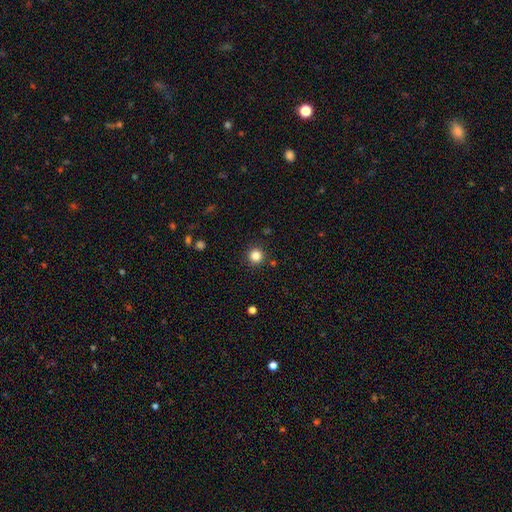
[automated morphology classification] Smooth or featured? smooth (84%)
How rounded? round (95%)
Merging? none (91%)